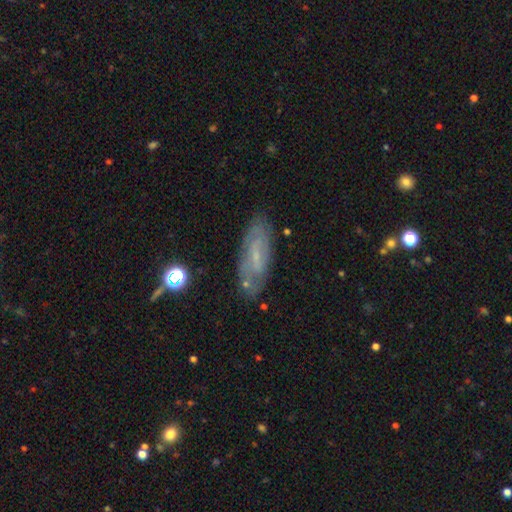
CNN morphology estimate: Smooth or featured? Predicted: featured or disk (p=0.56). Edge-on disk? Predicted: no (p=0.78). Merging? Predicted: none (p=0.75).